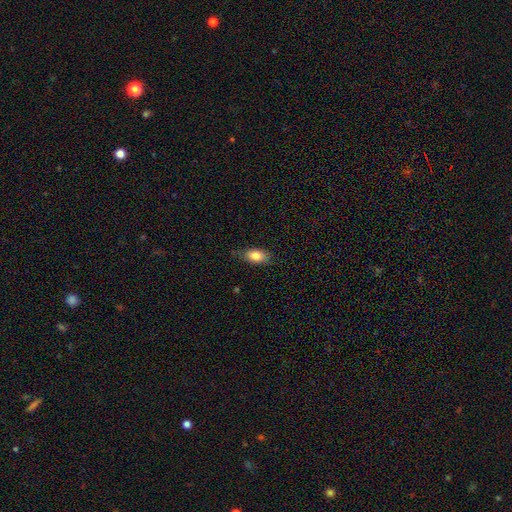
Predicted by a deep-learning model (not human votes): The model was most divided on "merging": none: 77%, minor disturbance: 18%, major disturbance: 3%, merger: 1%. More confident: how rounded — in between (89%); smooth or featured — smooth (83%).